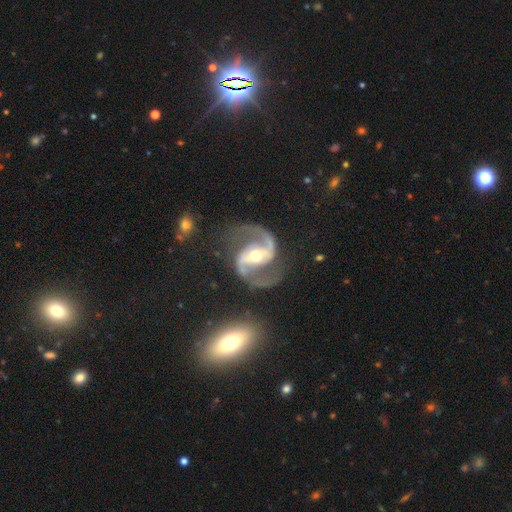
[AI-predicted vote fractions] smooth_or_featured: featured or disk (p=0.93) [alt: star or artifact p=0.05]
disk_edge_on: no (p=0.98) [alt: yes p=0.02]
bar: strong (p=0.45) [alt: weak p=0.34]
has_spiral_arms: yes (p=0.98) [alt: no p=0.02]
spiral_winding: medium (p=0.60) [alt: loose p=0.29]
spiral_arm_count: 2 (p=0.95) [alt: can't tell p=0.01]
bulge_size: moderate (p=0.63) [alt: small p=0.31]
merging: none (p=0.77) [alt: minor disturbance p=0.13]